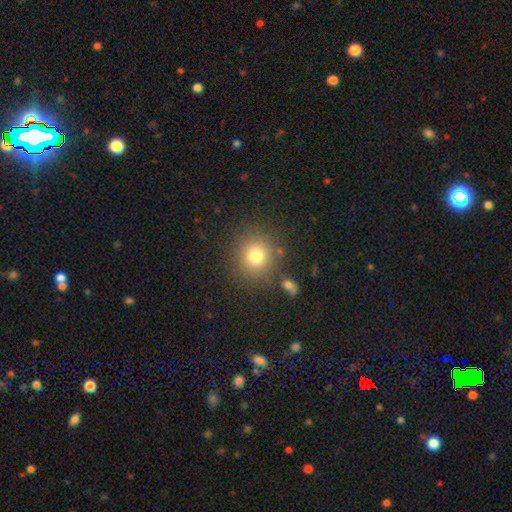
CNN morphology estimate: Overall: smooth (77%). How rounded: round (91%). Merging: none (85%).